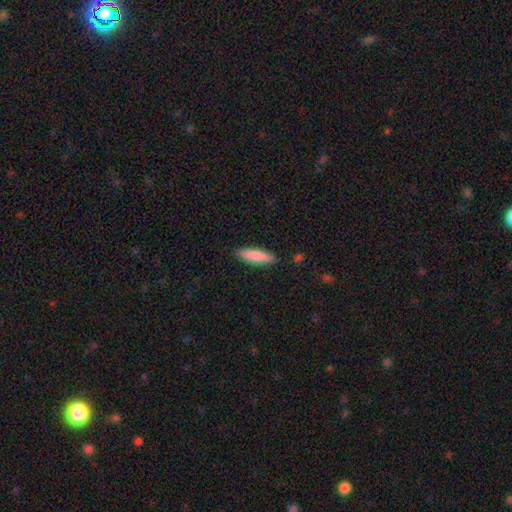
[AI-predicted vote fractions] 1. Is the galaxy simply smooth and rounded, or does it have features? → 84% smooth, 11% featured or disk, 5% star or artifact.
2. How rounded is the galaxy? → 72% cigar-shaped, 26% in between, 1% round.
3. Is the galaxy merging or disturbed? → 88% none, 9% minor disturbance, 2% major disturbance, 1% merger.